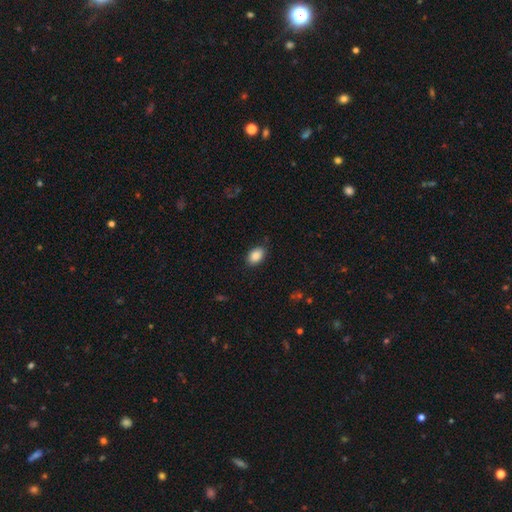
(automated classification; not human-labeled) Smooth or featured? Predicted: smooth (p=0.87). How rounded? Predicted: in between (p=0.87). Merging? Predicted: none (p=0.83).